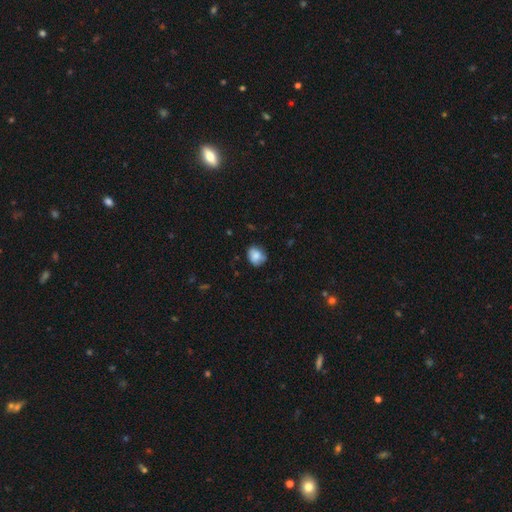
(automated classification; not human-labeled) A smooth galaxy with no disk features (78%) that is round (57%). Merging: none (69%).